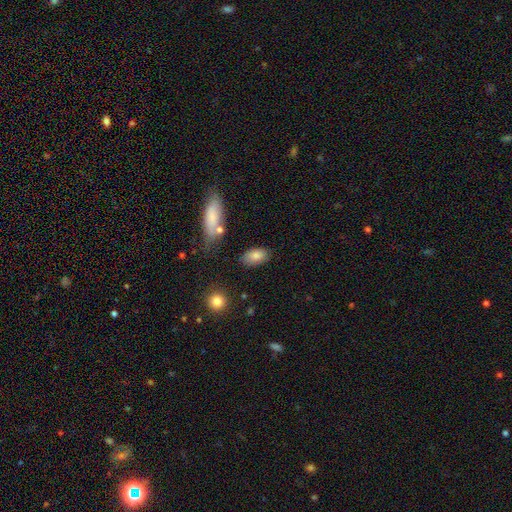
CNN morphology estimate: Smooth or featured: smooth — 83% (featured or disk — 9%)
How rounded: in between — 91% (round — 6%)
Merging: none — 79% (minor disturbance — 13%)